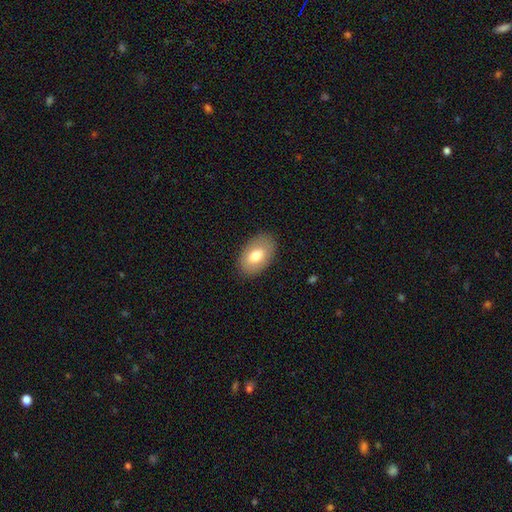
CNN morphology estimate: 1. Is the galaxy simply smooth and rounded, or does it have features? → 73% smooth, 20% featured or disk, 7% star or artifact.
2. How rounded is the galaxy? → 90% in between, 9% round, 1% cigar-shaped.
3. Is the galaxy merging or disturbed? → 86% none, 10% minor disturbance, 3% major disturbance, 1% merger.